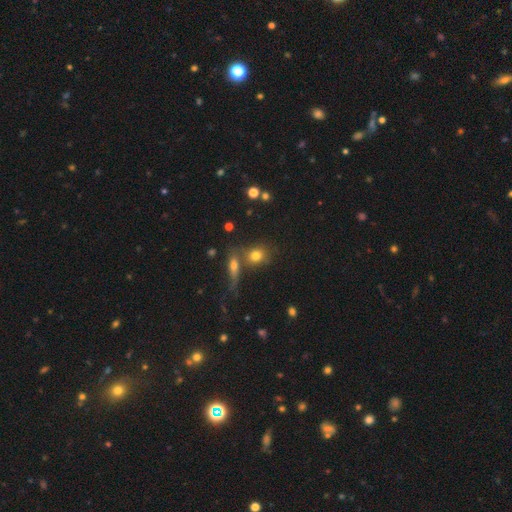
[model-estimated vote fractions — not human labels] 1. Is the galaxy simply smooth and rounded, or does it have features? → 74% smooth, 13% featured or disk, 13% star or artifact.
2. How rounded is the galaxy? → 62% round, 34% in between, 4% cigar-shaped.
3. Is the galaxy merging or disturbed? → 55% none, 29% merger, 11% minor disturbance, 5% major disturbance.